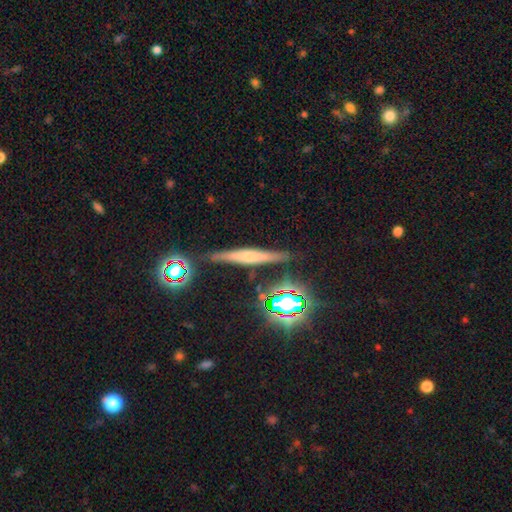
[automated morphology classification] The model was most divided on "smooth or featured": featured or disk: 51%, smooth: 36%, star or artifact: 13%. More confident: edge-on disk — yes (93%); merging — none (82%).